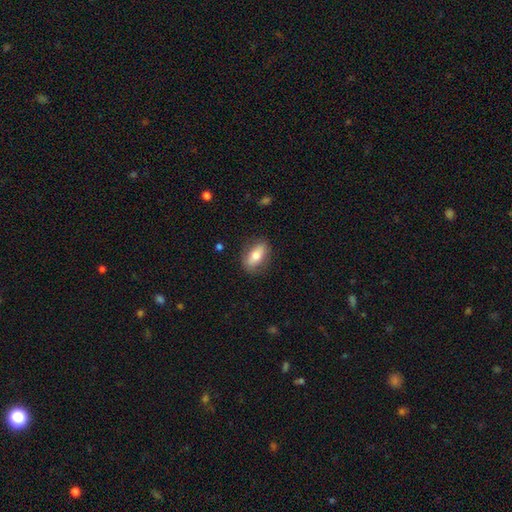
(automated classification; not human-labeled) Smooth or featured: smooth — 67% (featured or disk — 26%)
How rounded: in between — 79% (cigar-shaped — 14%)
Merging: none — 81% (minor disturbance — 14%)